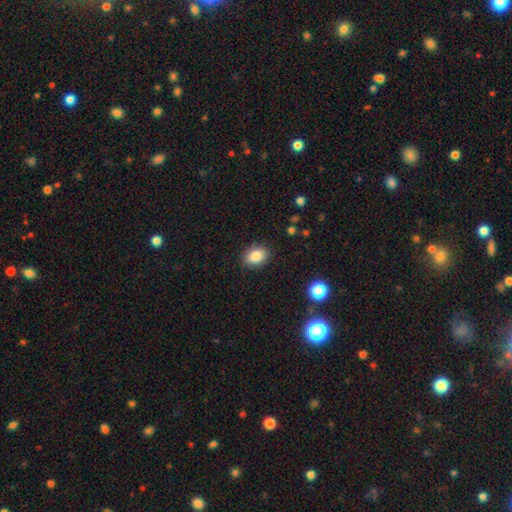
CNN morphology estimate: Smooth or featured: smooth — 85% (star or artifact — 9%)
How rounded: in between — 70% (round — 29%)
Merging: none — 87% (minor disturbance — 10%)